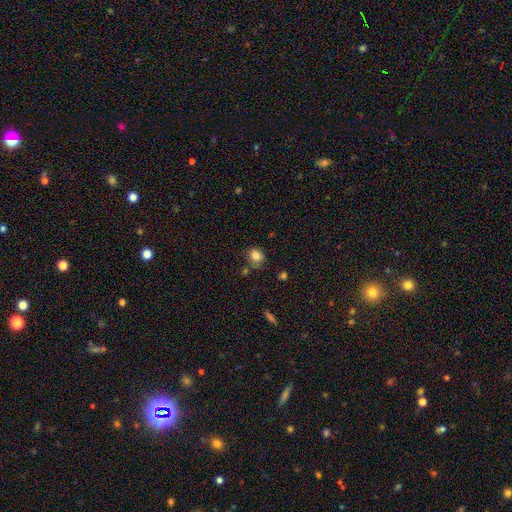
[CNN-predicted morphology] Smooth or featured: smooth — 83% (star or artifact — 11%)
How rounded: in between — 57% (round — 42%)
Merging: none — 66% (minor disturbance — 21%)